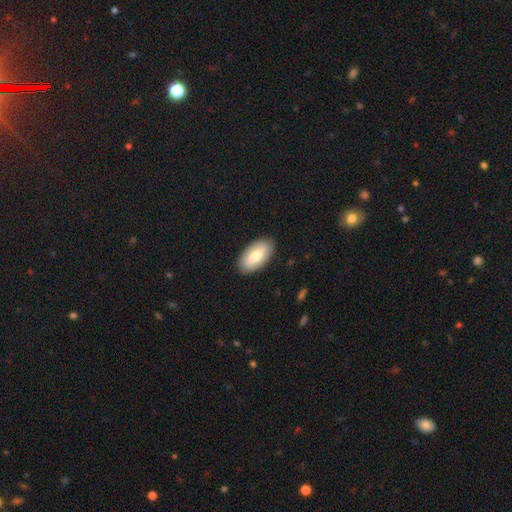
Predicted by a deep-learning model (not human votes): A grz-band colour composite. It shows a smooth galaxy with no disk features (66%) that is in between round and cigar-shaped (94%). Merging: none (87%).